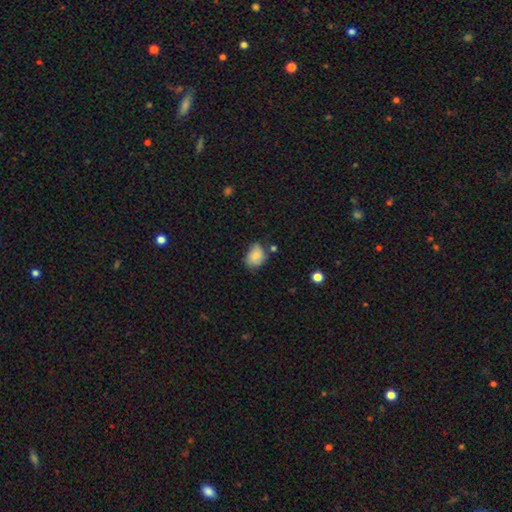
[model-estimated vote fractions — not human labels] Smooth or featured? Predicted: smooth (p=0.76). How rounded? Predicted: in between (p=0.61). Merging? Predicted: none (p=0.51).